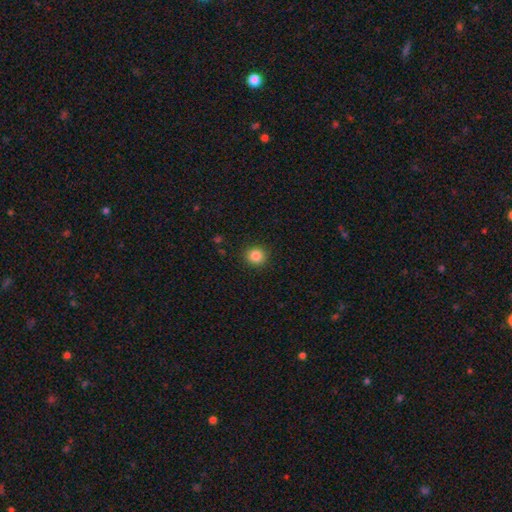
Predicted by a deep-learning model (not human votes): Smooth or featured? smooth (85%)
How rounded? round (90%)
Merging? none (91%)